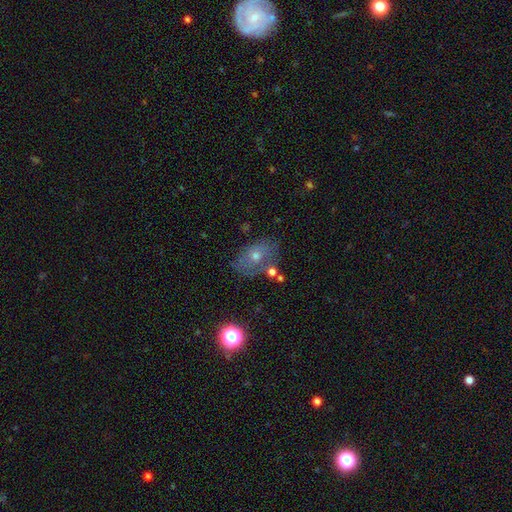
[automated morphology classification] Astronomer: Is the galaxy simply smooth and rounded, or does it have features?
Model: smooth — 47% (runner-up: featured or disk, 35%).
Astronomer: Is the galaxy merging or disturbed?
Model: none — 67%.